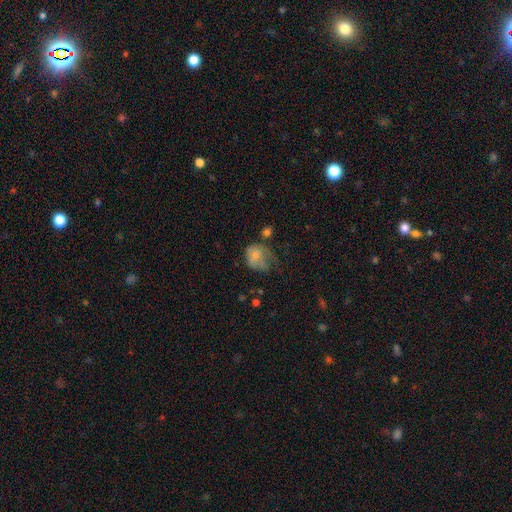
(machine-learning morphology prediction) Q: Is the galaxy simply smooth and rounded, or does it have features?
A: smooth — 66%.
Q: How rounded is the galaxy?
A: in between — 50%.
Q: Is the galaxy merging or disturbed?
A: major disturbance — 43%.